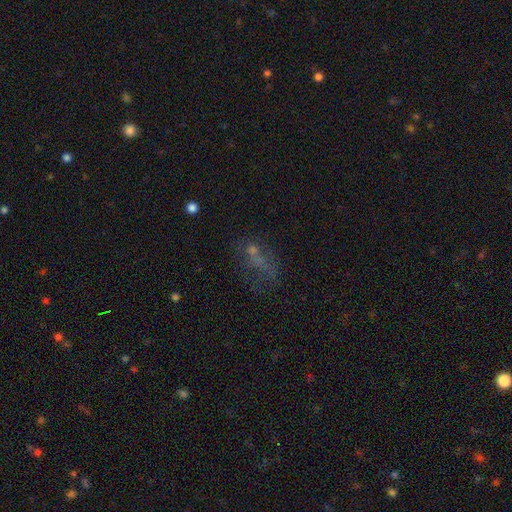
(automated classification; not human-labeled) The model was most divided on "smooth or featured": smooth: 39%, featured or disk: 32%, star or artifact: 29%. Remaining: merging — none (38%).